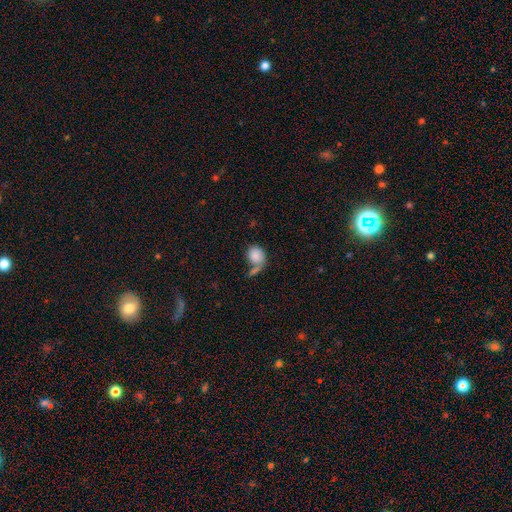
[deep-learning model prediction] A smooth galaxy with no disk features (81%) that is round (52%). Merging: none (35%).